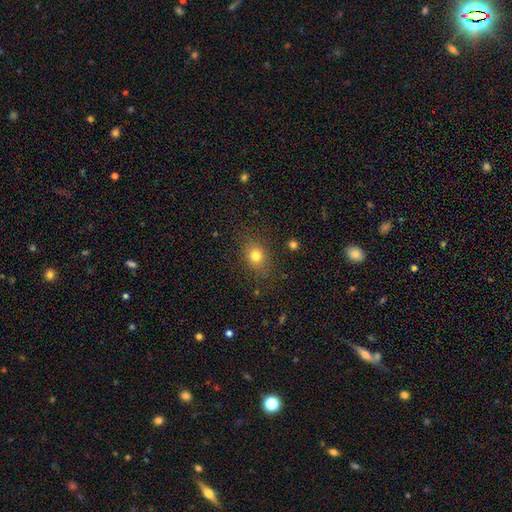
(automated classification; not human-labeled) The model was most divided on "how rounded": round: 51%, in between: 47%, cigar-shaped: 2%. More confident: merging — none (82%); smooth or featured — smooth (78%).